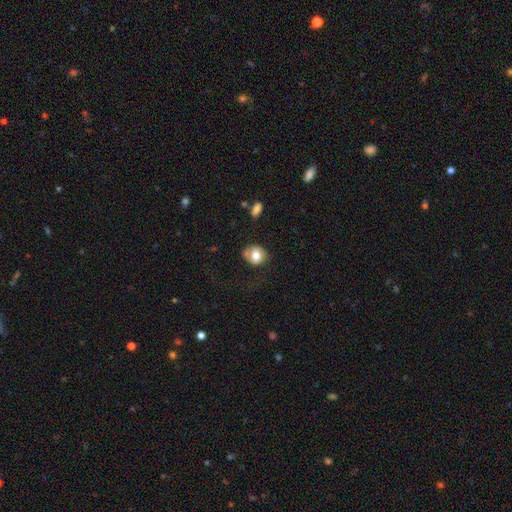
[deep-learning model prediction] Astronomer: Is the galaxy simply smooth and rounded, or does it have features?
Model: smooth — 71%.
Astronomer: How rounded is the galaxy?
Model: round — 69%.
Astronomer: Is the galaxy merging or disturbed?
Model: none — 51%.